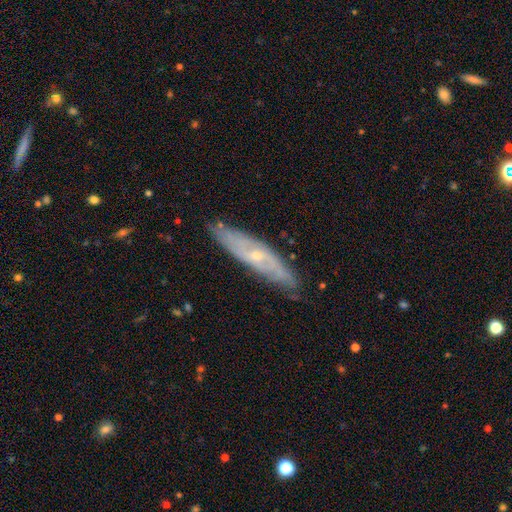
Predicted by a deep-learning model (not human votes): Smooth or featured: featured or disk — 69% (smooth — 24%)
Edge-on disk: no — 59% (yes — 41%)
Merging: none — 80% (minor disturbance — 16%)